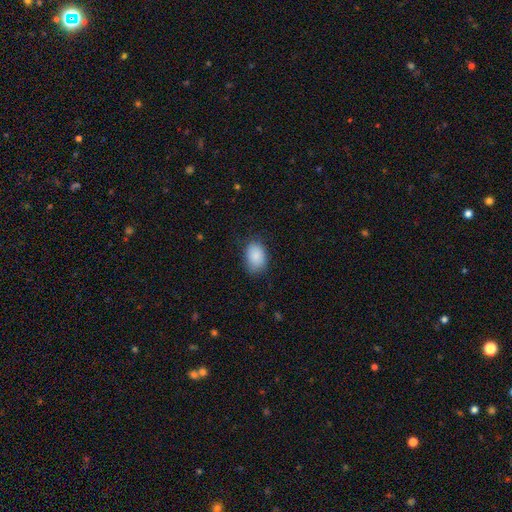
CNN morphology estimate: Smooth or featured?
  - smooth: 88% *
  - star or artifact: 7%
  - featured or disk: 5%
How rounded?
  - in between: 83% *
  - round: 15%
  - cigar-shaped: 1%
Merging?
  - none: 77% *
  - minor disturbance: 18%
  - major disturbance: 4%
  - merger: 1%